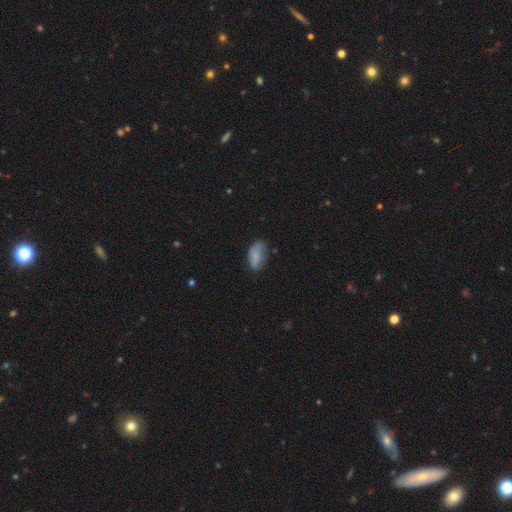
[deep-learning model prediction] This appears to be a smooth galaxy with no disk features (79%) that is in between round and cigar-shaped (92%). Merging: none (62%).